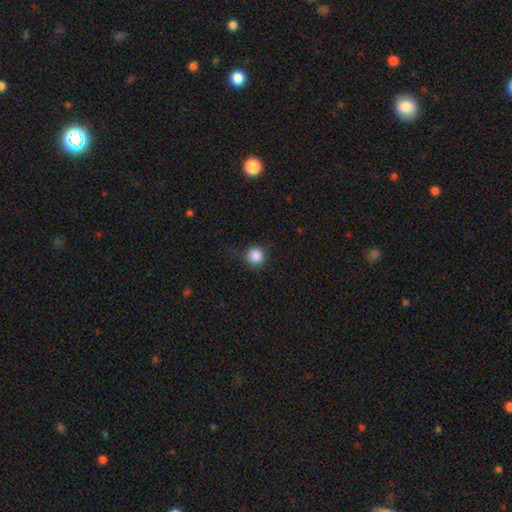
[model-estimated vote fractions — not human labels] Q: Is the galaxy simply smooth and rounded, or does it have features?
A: smooth — 86%.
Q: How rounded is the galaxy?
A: round — 94%.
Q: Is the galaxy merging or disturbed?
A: none — 81%.